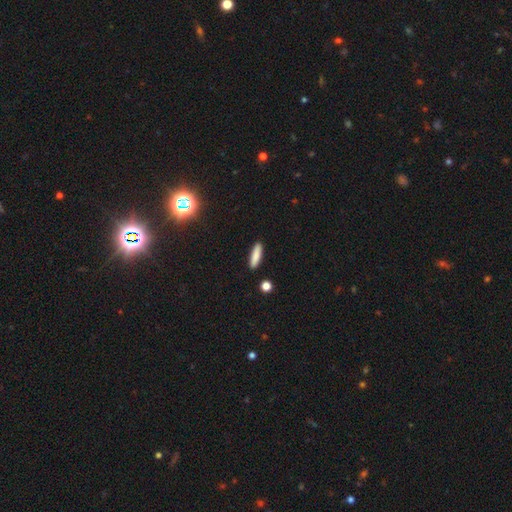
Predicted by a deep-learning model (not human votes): smooth_or_featured: smooth (p=0.85) [alt: featured or disk p=0.08]
how_rounded: cigar-shaped (p=0.73) [alt: in between p=0.25]
merging: none (p=0.90) [alt: minor disturbance p=0.07]